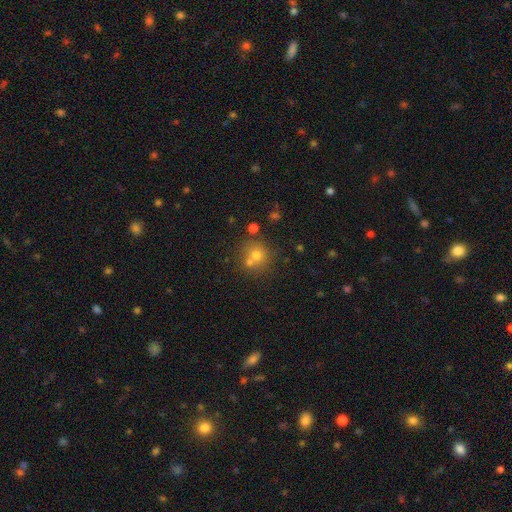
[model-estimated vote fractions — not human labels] The model was most divided on "merging": none: 59%, merger: 31%, minor disturbance: 8%, major disturbance: 3%. More confident: how rounded — round (88%); smooth or featured — smooth (65%).